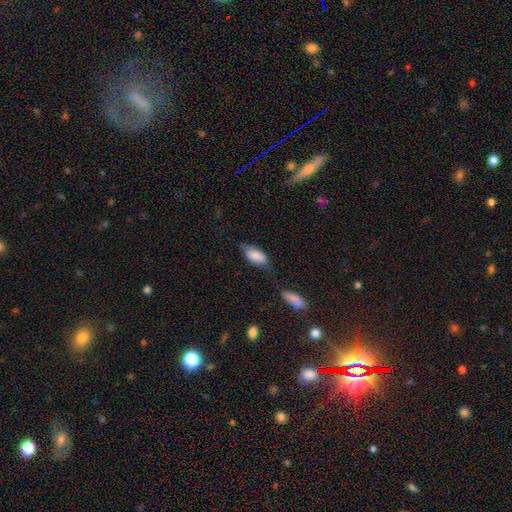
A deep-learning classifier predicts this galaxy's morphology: The model was most divided on "merging": none: 46%, minor disturbance: 32%, major disturbance: 12%, merger: 10%. More confident: how rounded — in between (88%); smooth or featured — smooth (82%).